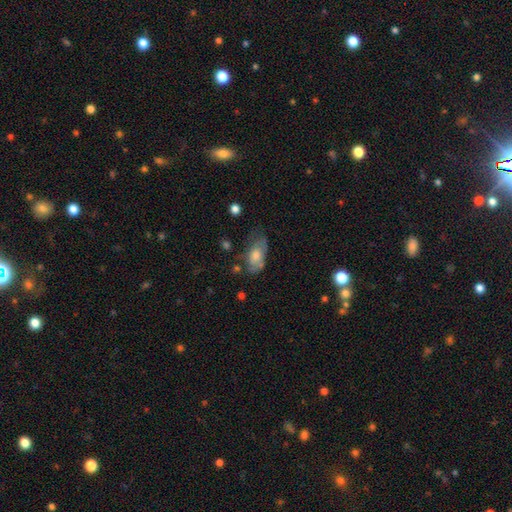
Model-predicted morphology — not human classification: The model was most divided on "smooth or featured": smooth: 47%, featured or disk: 42%, star or artifact: 11%. More confident: merging — none (52%).